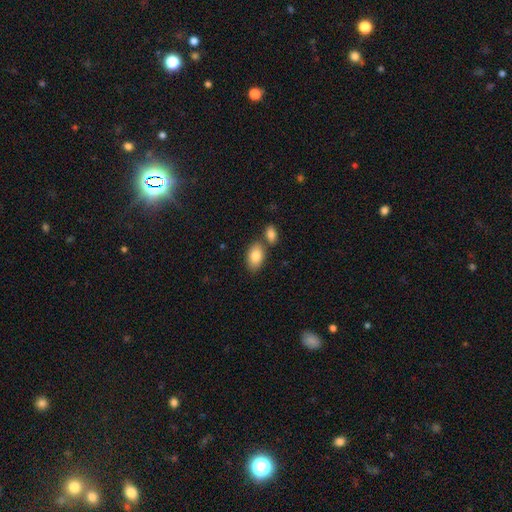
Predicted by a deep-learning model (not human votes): A smooth galaxy with no disk features (84%) that is in between round and cigar-shaped (92%). Merging: none (65%).